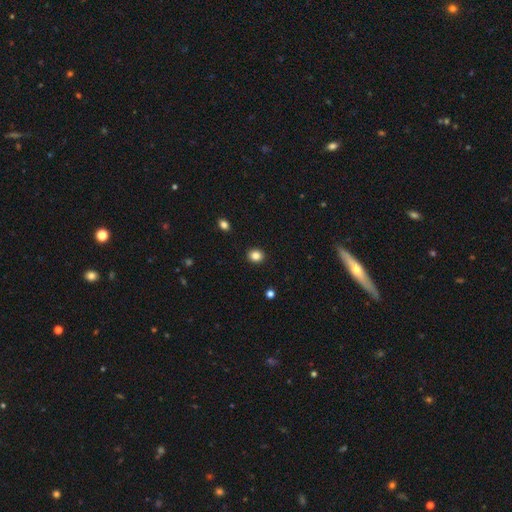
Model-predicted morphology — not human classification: Smooth or featured? Predicted: smooth (p=0.85). How rounded? Predicted: round (p=0.72). Merging? Predicted: none (p=0.92).